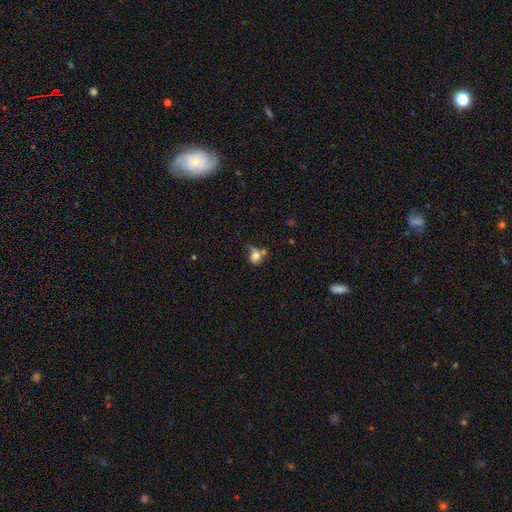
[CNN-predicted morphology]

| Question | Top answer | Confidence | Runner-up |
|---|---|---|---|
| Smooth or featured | smooth | 70% | featured or disk (18%) |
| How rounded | round | 60% | in between (38%) |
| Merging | none | 31% | merger (25%) |